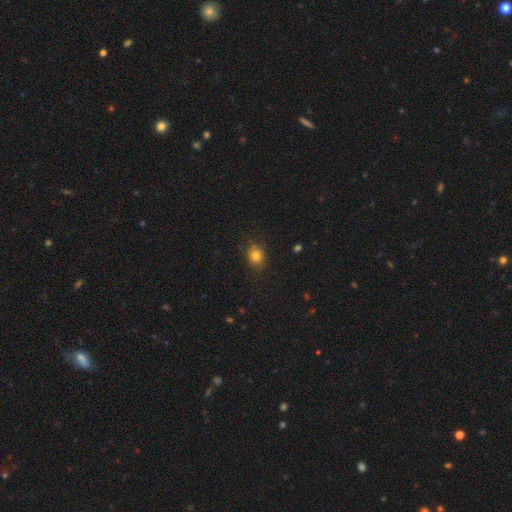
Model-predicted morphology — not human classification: Smooth or featured? smooth (81%)
How rounded? round (61%)
Merging? none (82%)